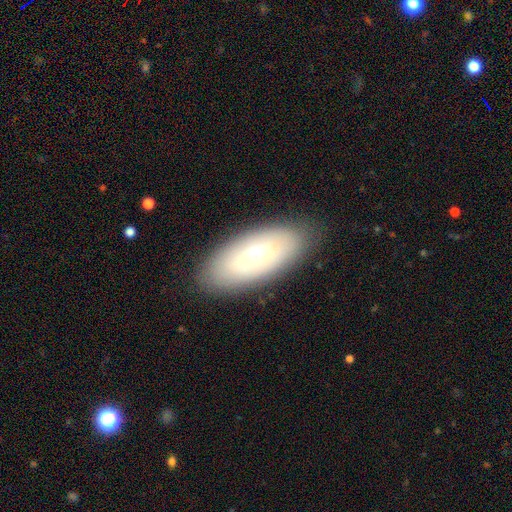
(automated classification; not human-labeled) A smooth galaxy with no disk features (59%) that is in between round and cigar-shaped (87%). Merging: none (84%).